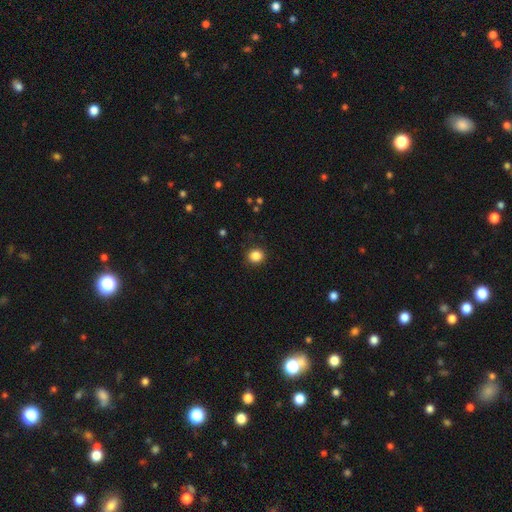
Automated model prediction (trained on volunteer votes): A smooth galaxy with no disk features (86%) that is round (83%).

Vote fractions:
- Smooth or featured? smooth: 86% / star or artifact: 10% / featured or disk: 4%
- How rounded? round: 83% / in between: 16% / cigar-shaped: 1%
- Merging? none: 90% / minor disturbance: 7% / major disturbance: 2% / merger: 1%